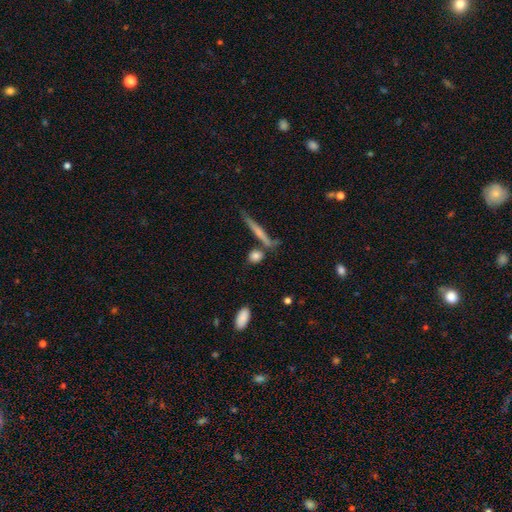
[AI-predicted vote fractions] This is likely a smooth galaxy (78%). How rounded: possibly round (50%). Merging: likely none (67%).